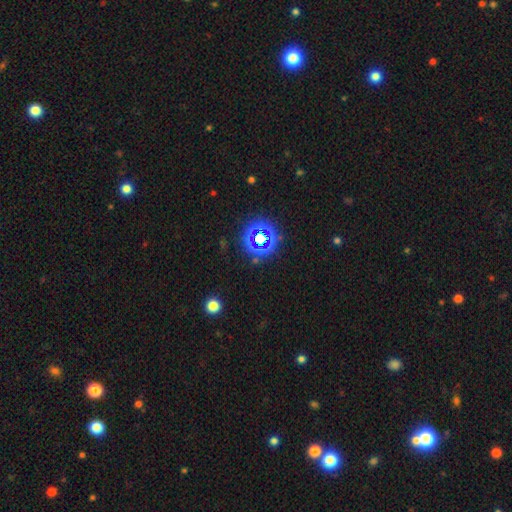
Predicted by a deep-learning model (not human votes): This appears to be a smooth galaxy with no disk features (54%) that is round (89%). Merging: none (89%).